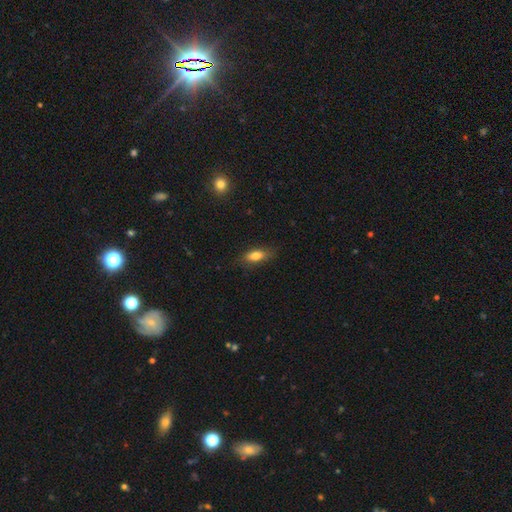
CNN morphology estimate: Smooth or featured? Predicted: smooth (p=0.78). How rounded? Predicted: in between (p=0.74). Merging? Predicted: none (p=0.80).